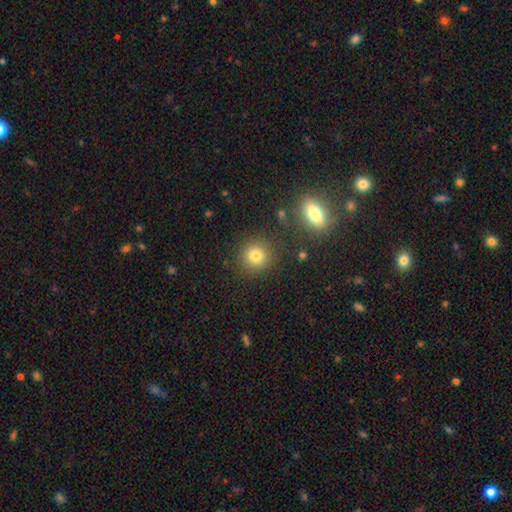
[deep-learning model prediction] This appears to be a smooth galaxy with no disk features (79%) that is round (90%). Merging: none (85%).